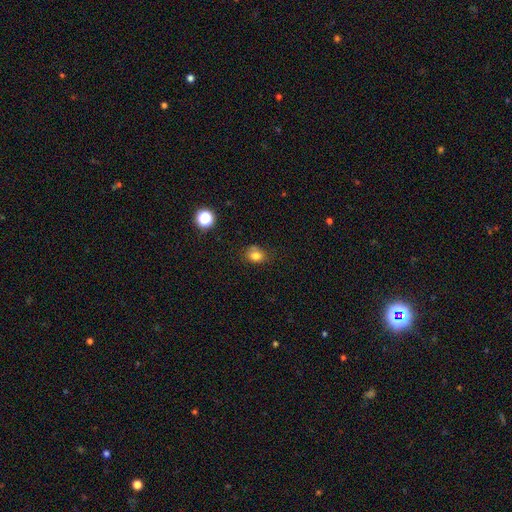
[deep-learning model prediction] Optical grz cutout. It shows a smooth galaxy with no disk features (79%) that is round (50%). Merging: none (64%).